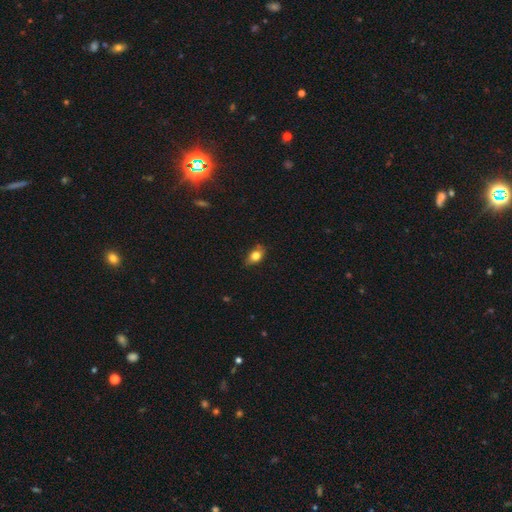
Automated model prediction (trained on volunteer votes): A smooth galaxy with no disk features (75%) that is in between round and cigar-shaped (78%).

Vote fractions:
- Smooth or featured? smooth: 75% / featured or disk: 16% / star or artifact: 9%
- How rounded? in between: 78% / round: 16% / cigar-shaped: 6%
- Merging? none: 74% / minor disturbance: 21% / major disturbance: 3% / merger: 1%